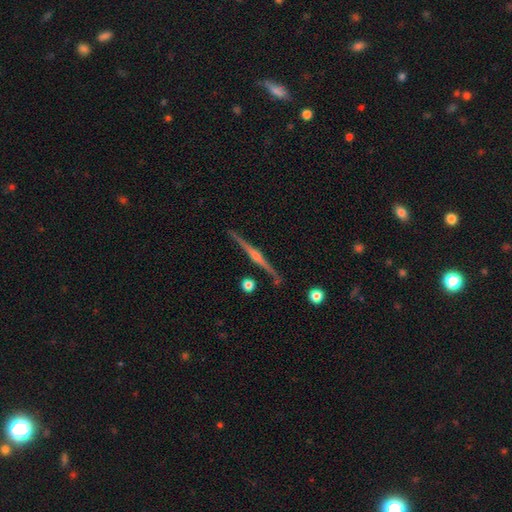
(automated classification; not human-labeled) This appears to be a featured or disk galaxy (87%) viewed edge-on (99%) with a rounded central bulge (86%). Merging: none (91%).